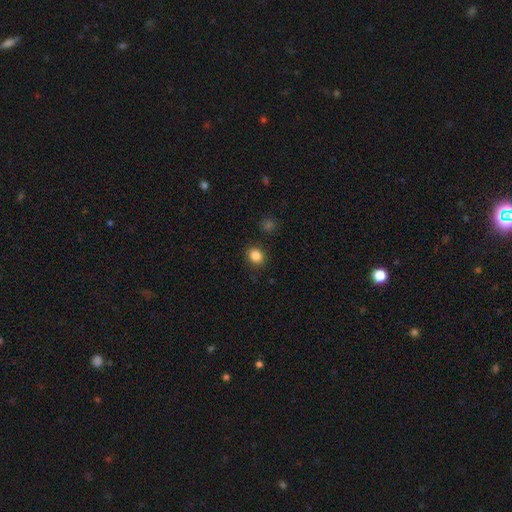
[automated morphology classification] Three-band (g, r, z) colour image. It shows a smooth galaxy with no disk features (85%) that is round (69%). Merging: none (87%).